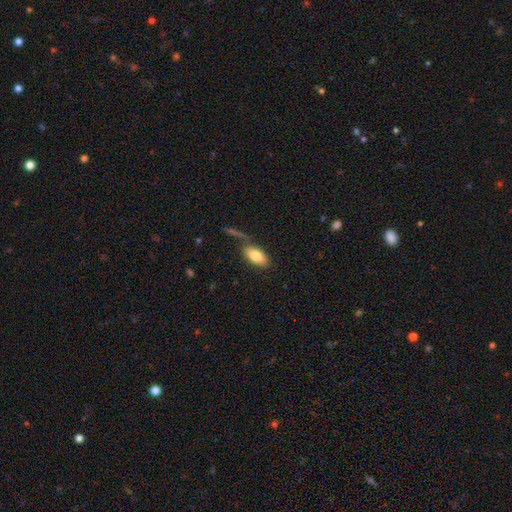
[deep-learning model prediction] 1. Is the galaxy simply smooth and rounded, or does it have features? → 80% smooth, 13% featured or disk, 7% star or artifact.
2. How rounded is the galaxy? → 91% in between, 6% cigar-shaped, 3% round.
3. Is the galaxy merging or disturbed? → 62% none, 16% minor disturbance, 14% merger, 7% major disturbance.